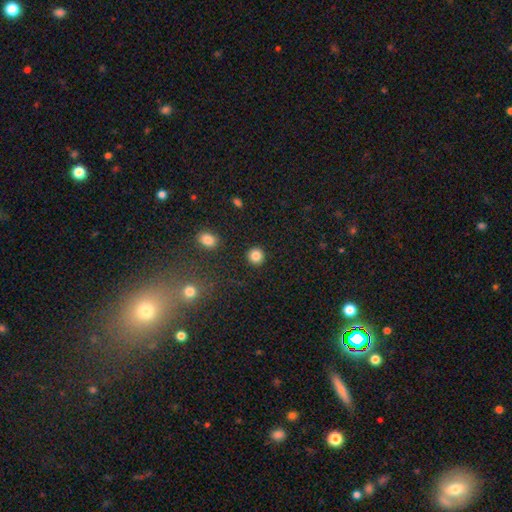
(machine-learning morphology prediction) This is clearly a smooth galaxy (85%). How rounded: clearly round (93%). Merging: clearly none (92%).